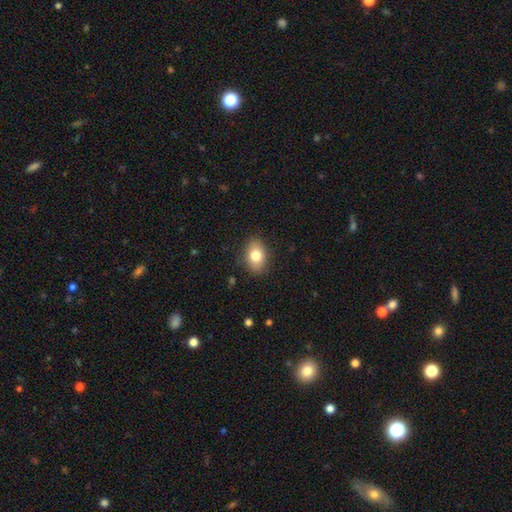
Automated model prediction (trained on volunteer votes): Q: Smooth or featured?
A: smooth (79%); runner-up: featured or disk (13%)
Q: How rounded?
A: in between (80%); runner-up: round (19%)
Q: Merging?
A: none (86%); runner-up: minor disturbance (10%)